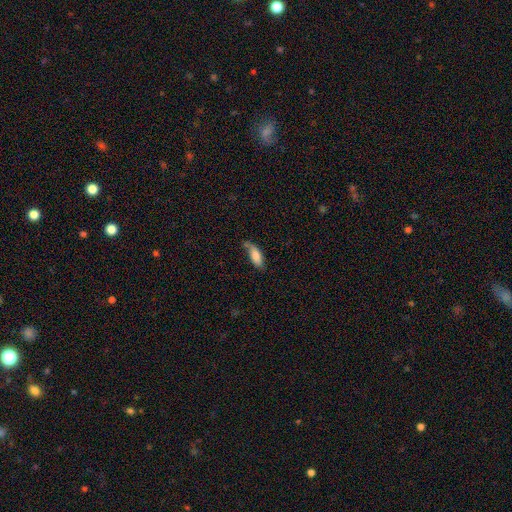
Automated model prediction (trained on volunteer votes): This is likely a smooth galaxy (79%). How rounded: likely in between (74%). Merging: possibly none (50%).